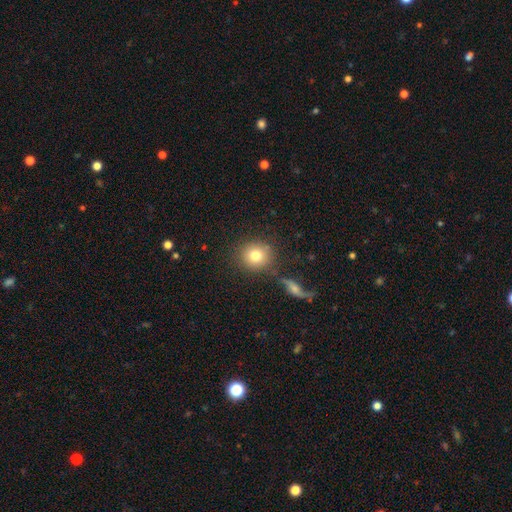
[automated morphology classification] Smooth or featured?
  - smooth: 79% *
  - featured or disk: 11%
  - star or artifact: 10%
How rounded?
  - round: 87% *
  - in between: 12%
  - cigar-shaped: 1%
Merging?
  - none: 77% *
  - minor disturbance: 9%
  - merger: 9%
  - major disturbance: 4%